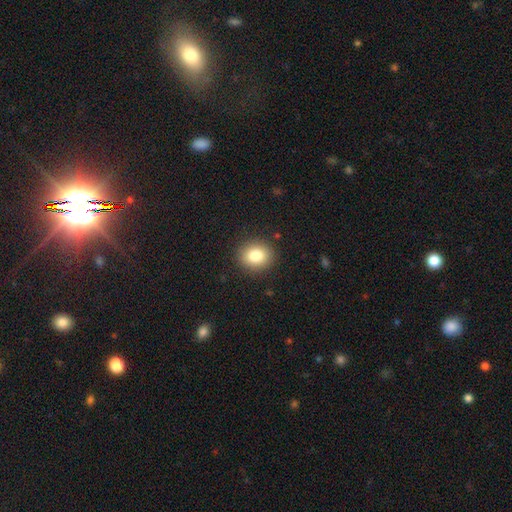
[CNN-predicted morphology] A smooth galaxy with no disk features (82%) that is round (74%).

Vote fractions:
- Smooth or featured? smooth: 82% / star or artifact: 10% / featured or disk: 8%
- How rounded? round: 74% / in between: 25% / cigar-shaped: 1%
- Merging? none: 89% / minor disturbance: 7% / major disturbance: 2% / merger: 1%